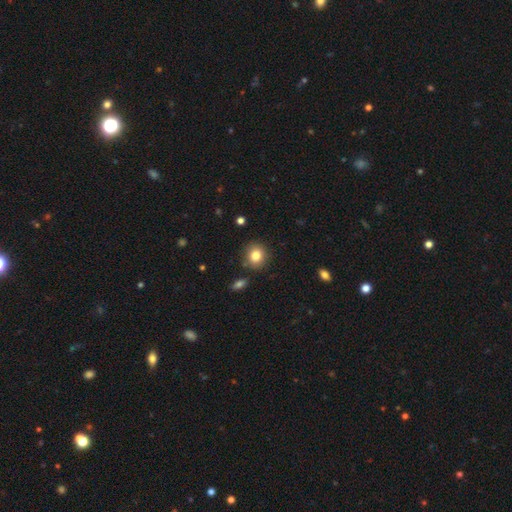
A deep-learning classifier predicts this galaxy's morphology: Overall: smooth (83%). How rounded: round (80%). Merging: none (85%).